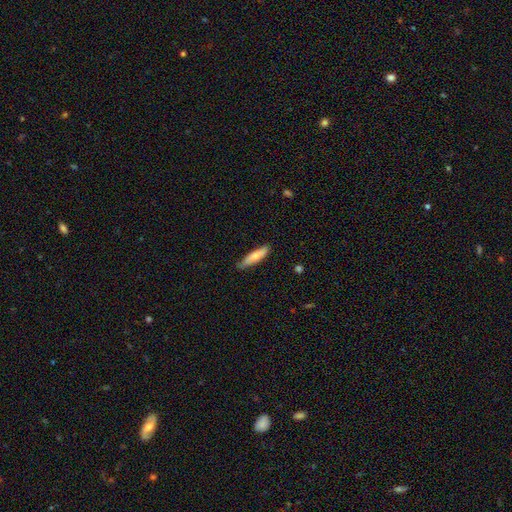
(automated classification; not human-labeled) smooth-or-featured: smooth: 69% | featured or disk: 26% | star or artifact: 5%
  how-rounded: cigar-shaped: 76% | in between: 22% | round: 2%
  merging: none: 75% | minor disturbance: 20% | major disturbance: 3% | merger: 2%